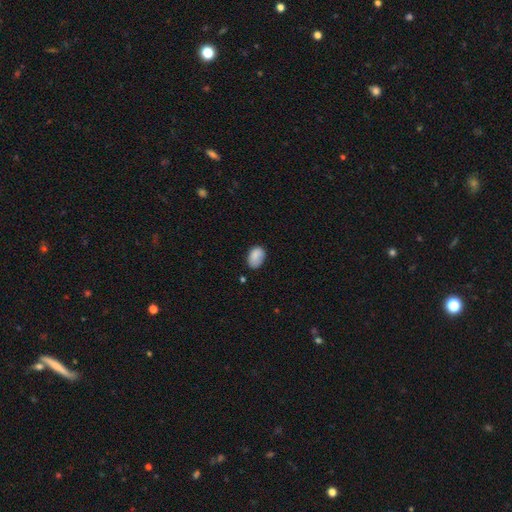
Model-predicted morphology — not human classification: Overall: smooth (86%). How rounded: in between (85%). Merging: none (68%).